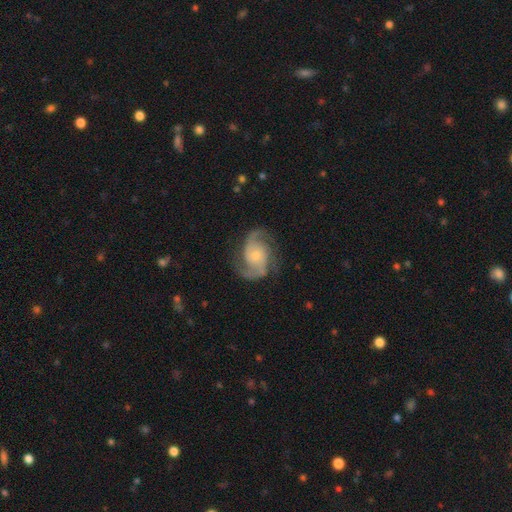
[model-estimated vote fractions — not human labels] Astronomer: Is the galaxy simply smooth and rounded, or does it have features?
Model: featured or disk — 91%.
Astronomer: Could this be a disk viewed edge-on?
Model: no — 98%.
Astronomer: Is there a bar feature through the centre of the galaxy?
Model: no — 65%.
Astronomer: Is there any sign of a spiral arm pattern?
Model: yes — 98%.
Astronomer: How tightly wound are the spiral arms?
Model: medium — 58%.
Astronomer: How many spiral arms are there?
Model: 2 — 85%.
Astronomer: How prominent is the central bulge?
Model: small — 59%.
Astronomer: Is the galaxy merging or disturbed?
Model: none — 77%.